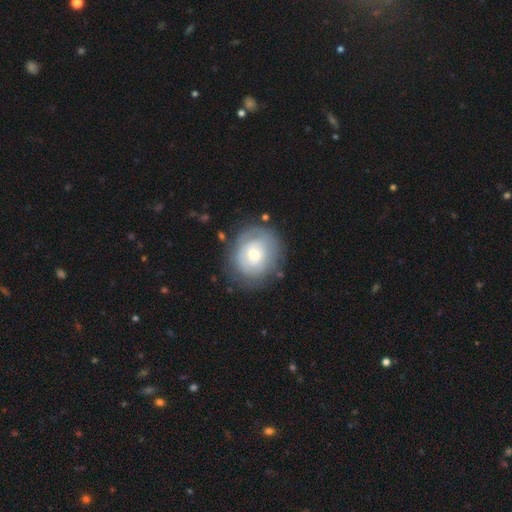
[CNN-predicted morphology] Smooth or featured?
  - featured or disk: 48% *
  - smooth: 45%
  - star or artifact: 7%
Merging?
  - none: 71% *
  - minor disturbance: 18%
  - major disturbance: 9%
  - merger: 2%